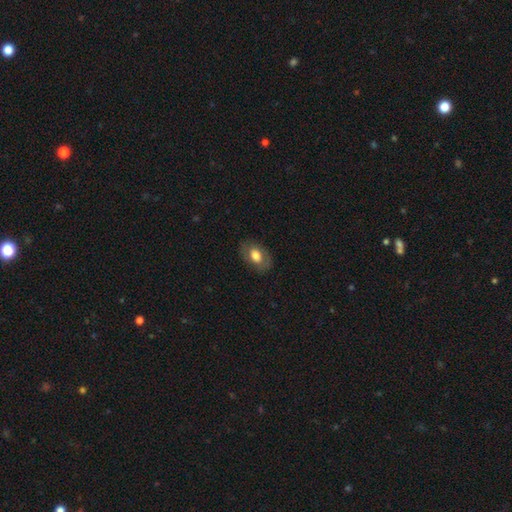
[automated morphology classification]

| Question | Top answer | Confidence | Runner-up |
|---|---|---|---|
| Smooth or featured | smooth | 66% | featured or disk (27%) |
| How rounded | in between | 85% | round (13%) |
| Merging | none | 80% | minor disturbance (14%) |